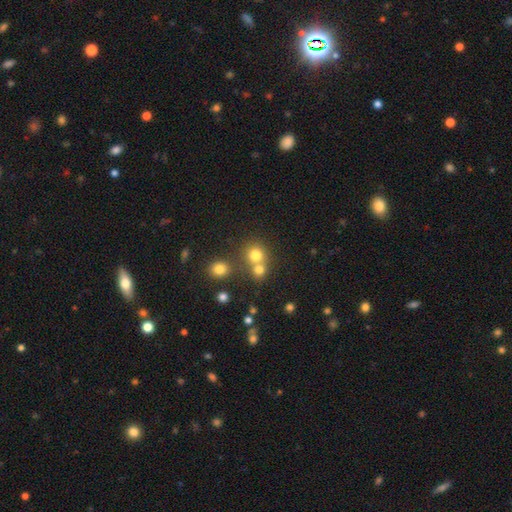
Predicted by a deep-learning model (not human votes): smooth_or_featured: smooth (p=0.76) [alt: star or artifact p=0.15]
how_rounded: round (p=0.87) [alt: in between p=0.12]
merging: none (p=0.51) [alt: merger p=0.40]